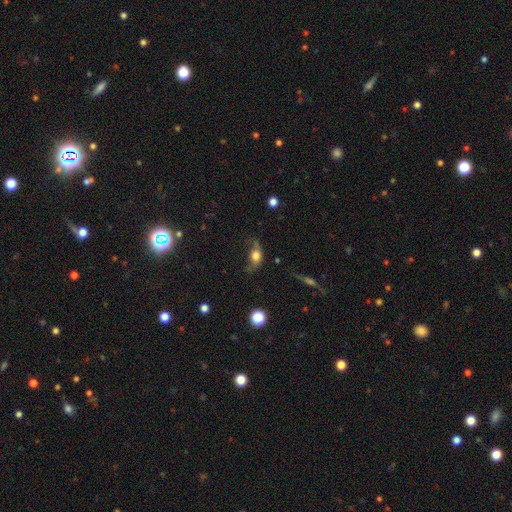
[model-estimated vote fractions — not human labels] smooth_or_featured: smooth (p=0.66) [alt: featured or disk p=0.23]
how_rounded: in between (p=0.64) [alt: round p=0.32]
merging: none (p=0.35) [alt: major disturbance p=0.32]